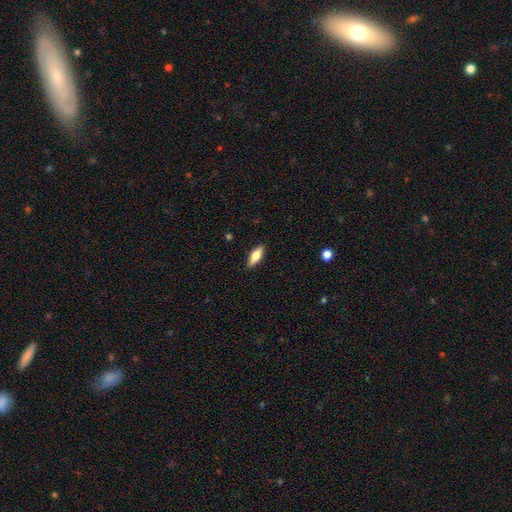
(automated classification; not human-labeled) Morphology: type=smooth (63%); roundness=in between (68%); merging=none (88%).